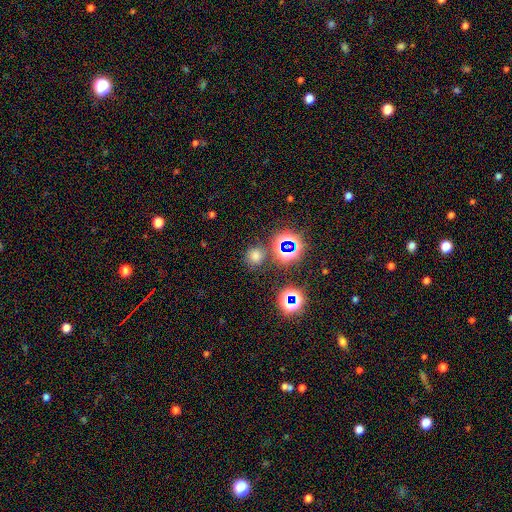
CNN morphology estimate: Q: Smooth or featured?
A: smooth (61%); runner-up: star or artifact (33%)
Q: How rounded?
A: round (89%); runner-up: in between (10%)
Q: Merging?
A: none (80%); runner-up: minor disturbance (10%)